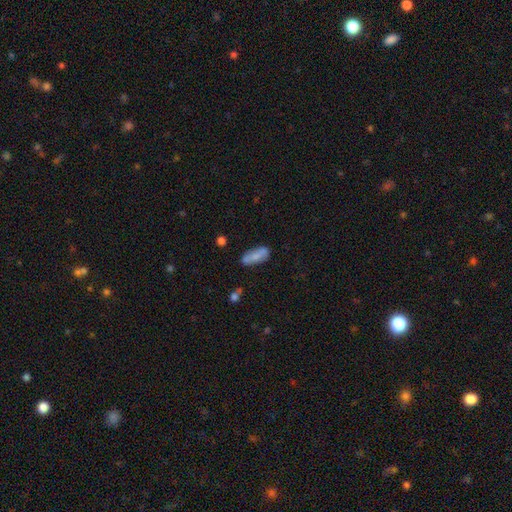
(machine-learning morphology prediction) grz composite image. It shows a smooth galaxy with no disk features (70%) that is in between round and cigar-shaped (73%). Merging: none (65%).